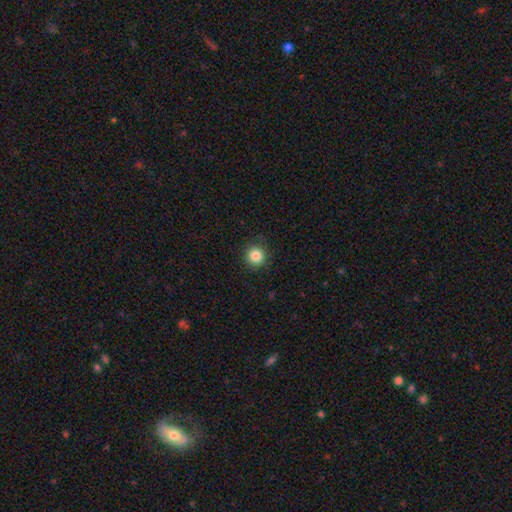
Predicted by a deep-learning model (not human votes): Overall: smooth (84%). How rounded: round (94%). Merging: none (89%).